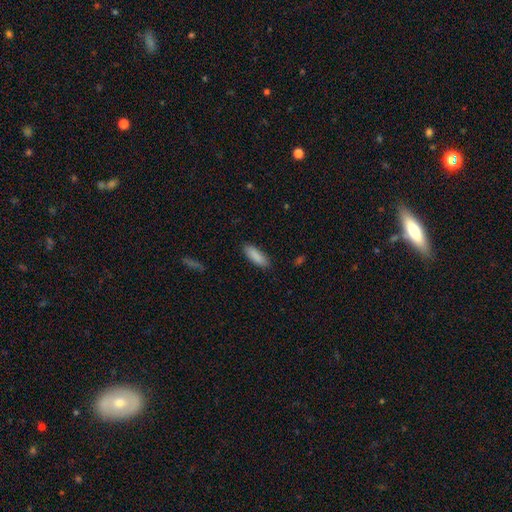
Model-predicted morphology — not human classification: The model was most divided on "how rounded": in between: 58%, cigar-shaped: 40%, round: 1%. More confident: smooth or featured — smooth (89%); merging — none (87%).